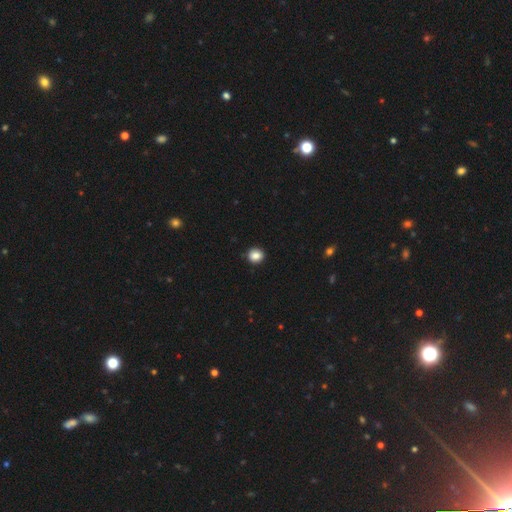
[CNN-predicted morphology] Smooth or featured? Predicted: smooth (p=0.86). How rounded? Predicted: round (p=0.83). Merging? Predicted: none (p=0.89).